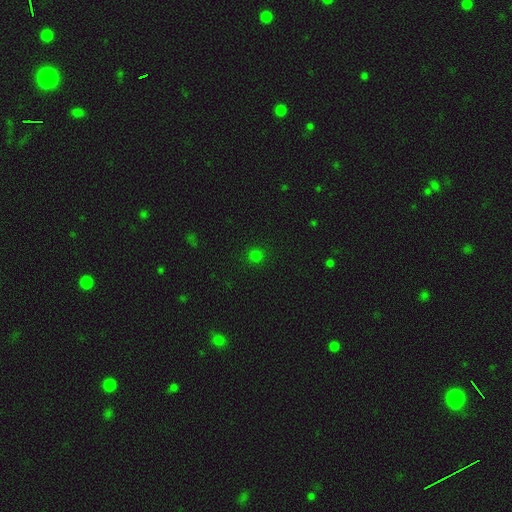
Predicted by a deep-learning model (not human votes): This appears to be a smooth galaxy with no disk features (76%) that is round (93%). Merging: none (91%).